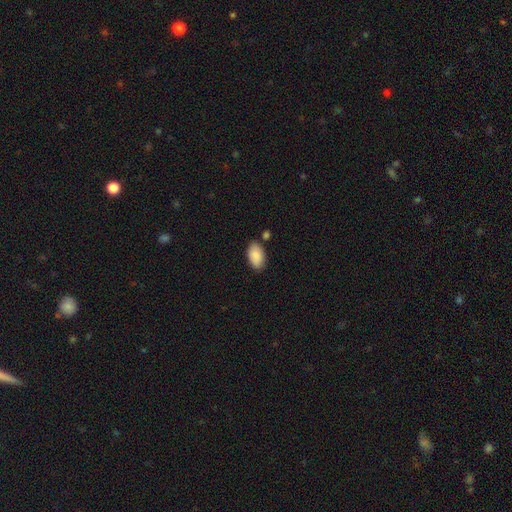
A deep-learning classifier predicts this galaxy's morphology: Smooth or featured? Predicted: smooth (p=0.89). How rounded? Predicted: in between (p=0.95). Merging? Predicted: none (p=0.78).